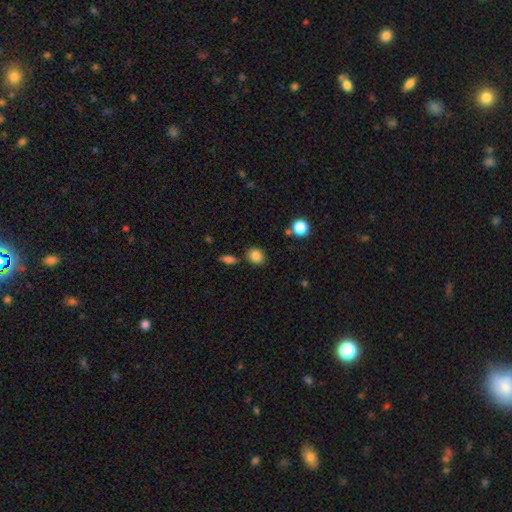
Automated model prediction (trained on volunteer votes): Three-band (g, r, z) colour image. It shows a smooth galaxy with no disk features (84%) that is round (61%). Merging: none (79%).